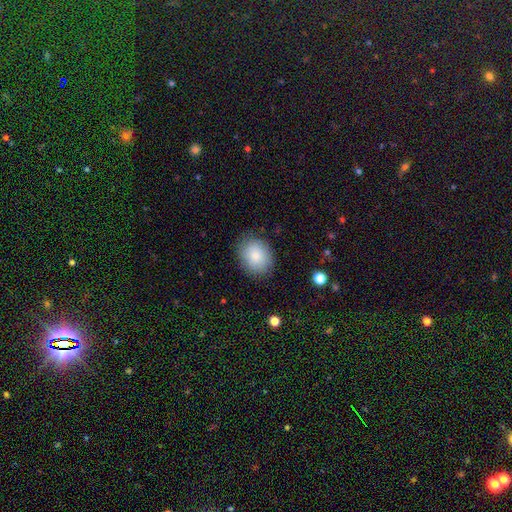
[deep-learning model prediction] smooth-or-featured: smooth: 85% | featured or disk: 8% | star or artifact: 7%
  how-rounded: round: 56% | in between: 43% | cigar-shaped: 1%
  merging: none: 83% | minor disturbance: 13% | major disturbance: 3% | merger: 1%